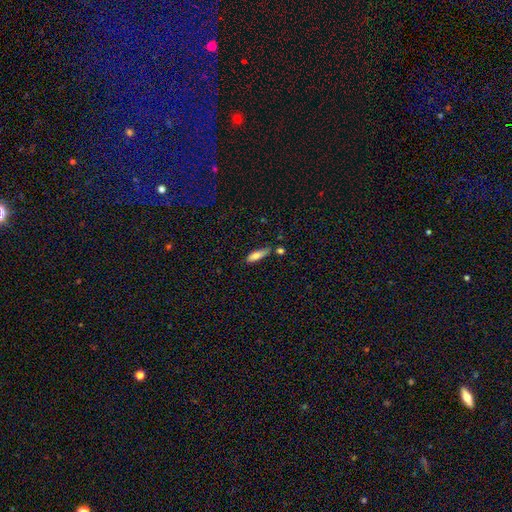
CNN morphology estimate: The model was most divided on "how rounded": in between: 53%, cigar-shaped: 45%, round: 2%. More confident: smooth or featured — smooth (78%); merging — none (62%).